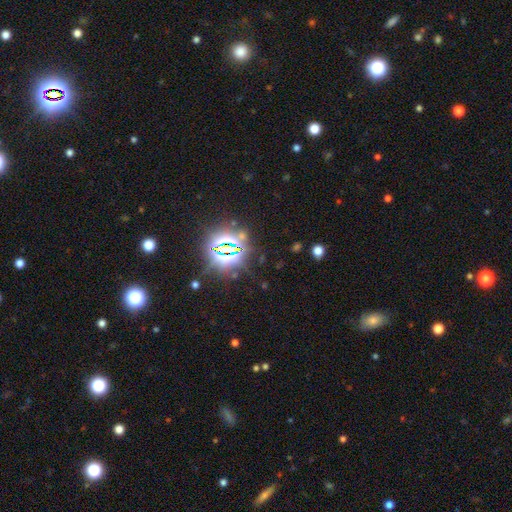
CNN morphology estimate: Q: Smooth or featured?
A: star or artifact (80%); runner-up: smooth (12%)